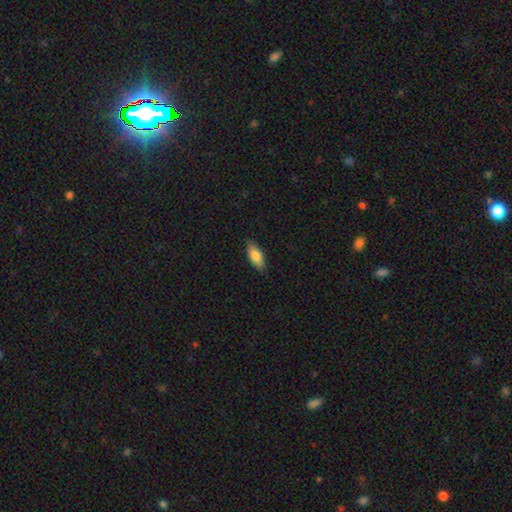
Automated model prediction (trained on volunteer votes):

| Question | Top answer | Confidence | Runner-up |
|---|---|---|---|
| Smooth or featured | smooth | 80% | featured or disk (14%) |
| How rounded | in between | 79% | cigar-shaped (19%) |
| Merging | none | 86% | minor disturbance (11%) |